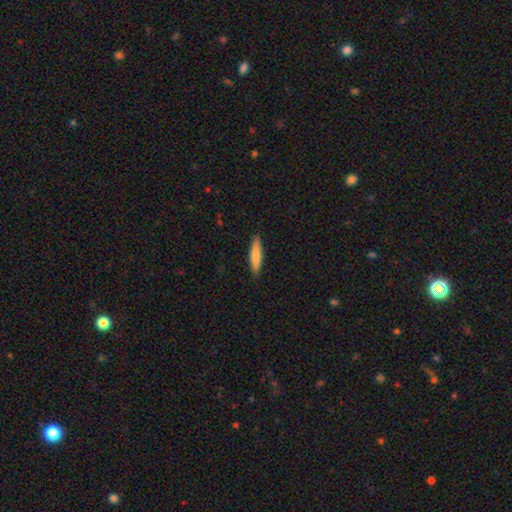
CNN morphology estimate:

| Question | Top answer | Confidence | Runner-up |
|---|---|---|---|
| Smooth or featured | smooth | 78% | featured or disk (16%) |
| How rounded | cigar-shaped | 83% | in between (16%) |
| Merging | none | 89% | minor disturbance (8%) |